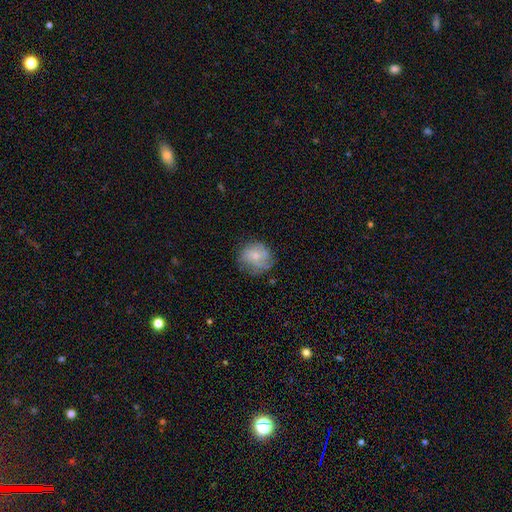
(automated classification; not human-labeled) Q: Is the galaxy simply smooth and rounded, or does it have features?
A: smooth — 65%.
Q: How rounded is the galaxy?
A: round — 85%.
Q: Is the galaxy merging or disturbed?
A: none — 66%.